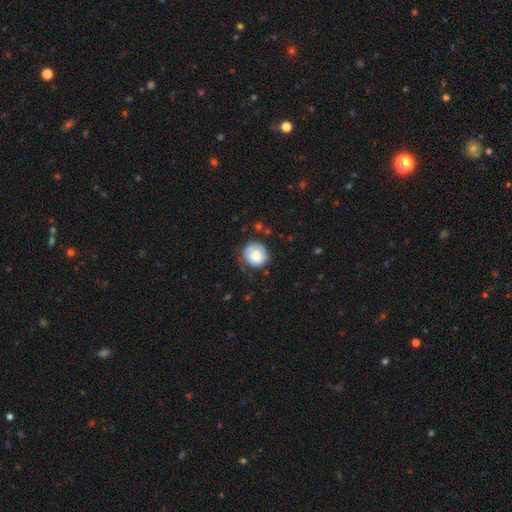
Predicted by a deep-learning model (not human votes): This appears to be a smooth galaxy with no disk features (69%) that is round (84%). Merging: none (69%).